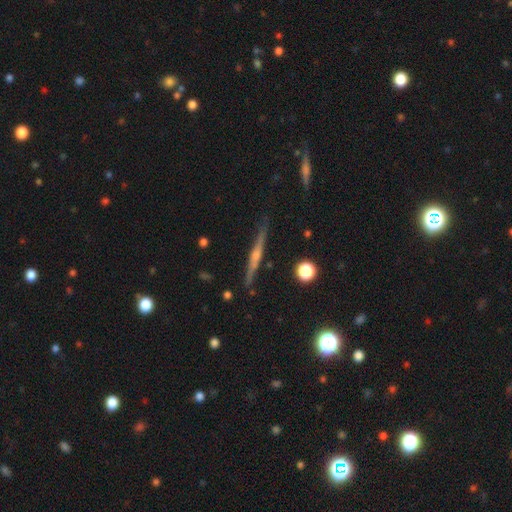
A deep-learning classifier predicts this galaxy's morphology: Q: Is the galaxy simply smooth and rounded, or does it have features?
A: featured or disk — 71%.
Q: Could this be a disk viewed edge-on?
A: yes — 95%.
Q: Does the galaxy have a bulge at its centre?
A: rounded — 78%.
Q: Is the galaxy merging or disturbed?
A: none — 85%.